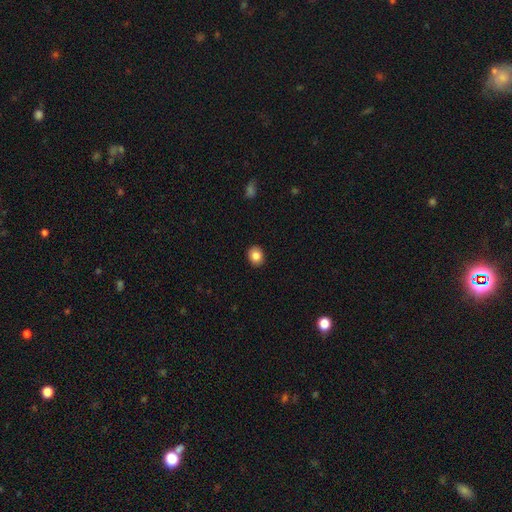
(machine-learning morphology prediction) smooth_or_featured: smooth (p=0.85) [alt: star or artifact p=0.09]
how_rounded: round (p=0.65) [alt: in between p=0.34]
merging: none (p=0.91) [alt: minor disturbance p=0.06]